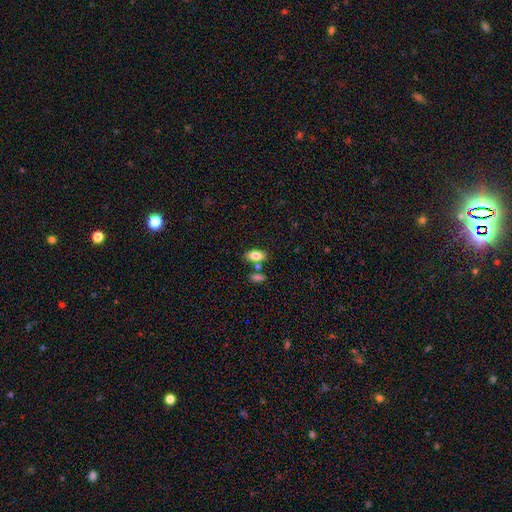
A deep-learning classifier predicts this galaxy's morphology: Smooth or featured: smooth — 82% (featured or disk — 10%)
How rounded: in between — 90% (cigar-shaped — 7%)
Merging: none — 70% (merger — 15%)